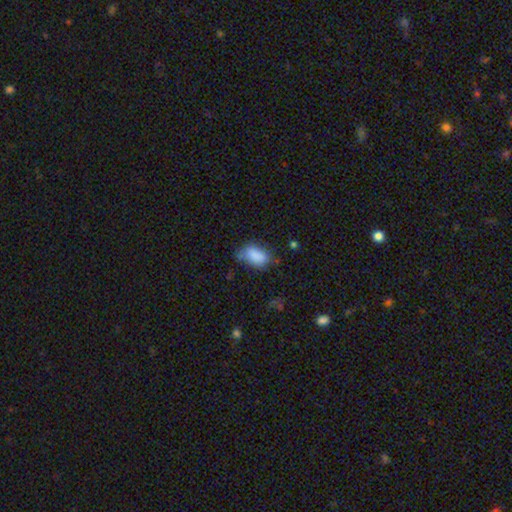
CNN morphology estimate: smooth 85%, star or artifact 9%, featured or disk 7%. Down the decision tree: how rounded — in between (90%); merging — none (54%).